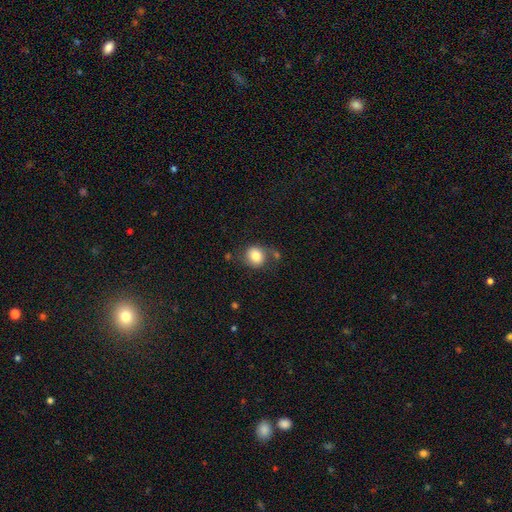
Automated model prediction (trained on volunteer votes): Overall: smooth (79%). How rounded: round (82%). Merging: none (66%).